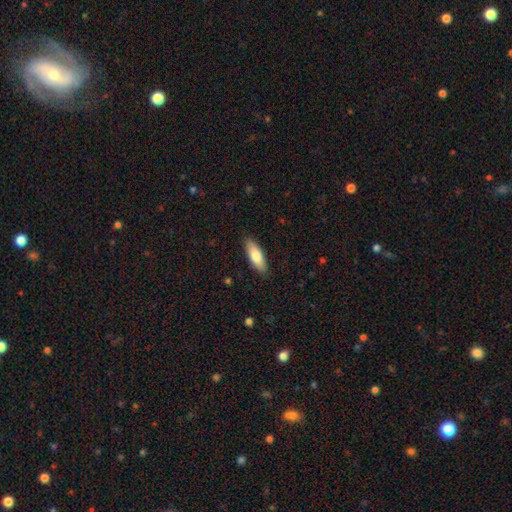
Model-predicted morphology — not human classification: smooth_or_featured: smooth (p=0.79) [alt: featured or disk p=0.16]
how_rounded: in between (p=0.63) [alt: cigar-shaped p=0.35]
merging: none (p=0.88) [alt: minor disturbance p=0.09]